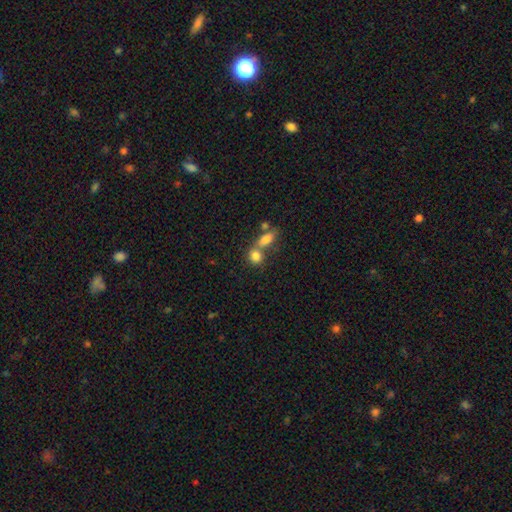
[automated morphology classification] Smooth or featured? Predicted: smooth (p=0.81). How rounded? Predicted: round (p=0.55). Merging? Predicted: merger (p=0.50).